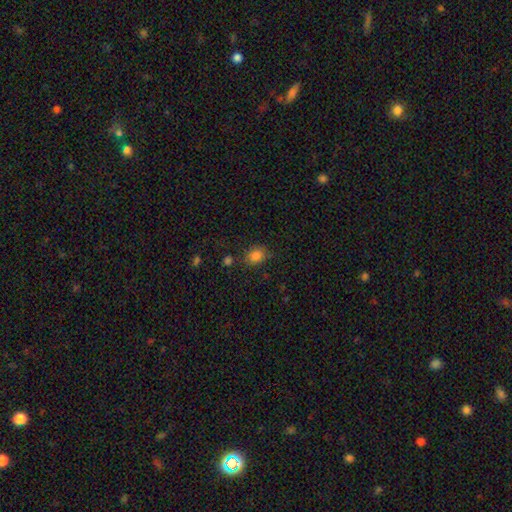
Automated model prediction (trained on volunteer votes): smooth 83%, star or artifact 11%, featured or disk 5%. Down the decision tree: how rounded — round (51%); merging — none (76%).